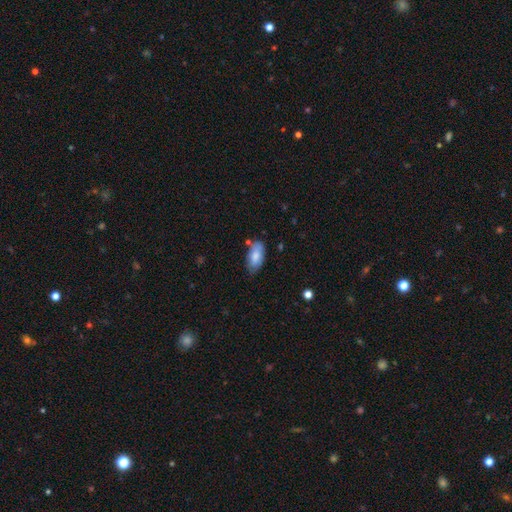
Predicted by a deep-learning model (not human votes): A smooth galaxy with no disk features (80%) that is in between round and cigar-shaped (92%). Merging: none (70%).